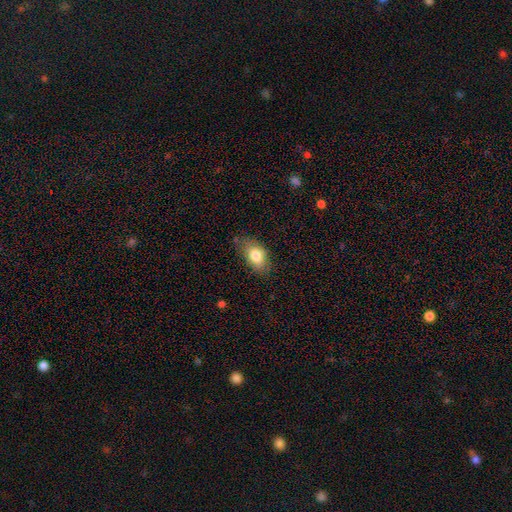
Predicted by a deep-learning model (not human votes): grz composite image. It shows a smooth galaxy with no disk features (79%) that is in between round and cigar-shaped (90%). Merging: none (73%).